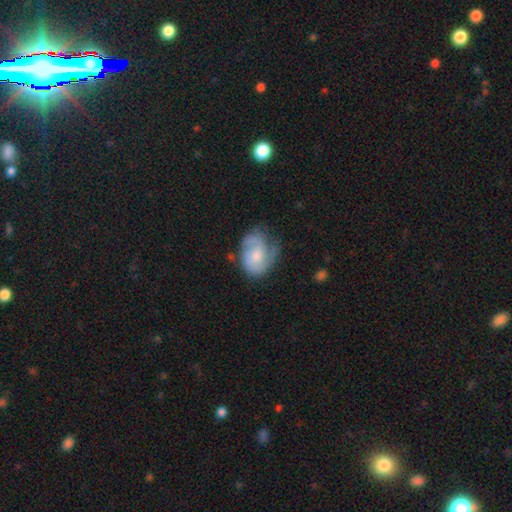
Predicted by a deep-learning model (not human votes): Smooth or featured? Predicted: featured or disk (p=0.61). Edge-on disk? Predicted: no (p=0.97). Bar? Predicted: no (p=0.68). Spiral arms? Predicted: yes (p=0.85). Spiral winding? Predicted: medium (p=0.44). Spiral arm count? Predicted: 2 (p=0.50). Bulge size? Predicted: moderate (p=0.47). Merging? Predicted: none (p=0.50).